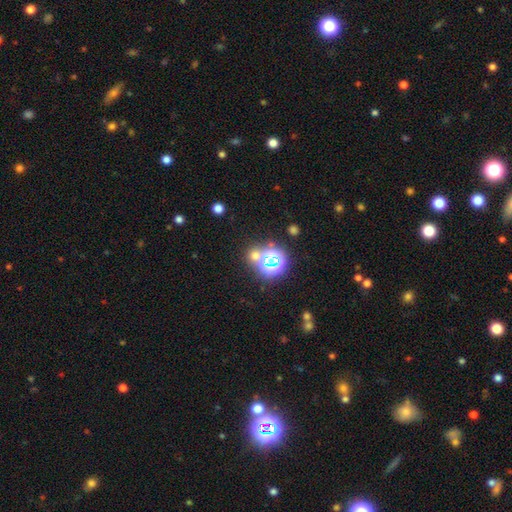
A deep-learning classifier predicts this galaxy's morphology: A star or artifact, not a galaxy (47%).